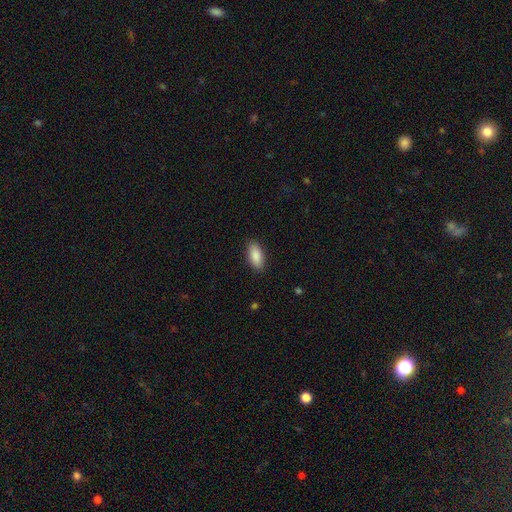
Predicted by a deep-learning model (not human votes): smooth-or-featured: smooth: 89% | star or artifact: 6% | featured or disk: 5%
  how-rounded: in between: 88% | cigar-shaped: 10% | round: 2%
  merging: none: 88% | minor disturbance: 9% | major disturbance: 2% | merger: 1%